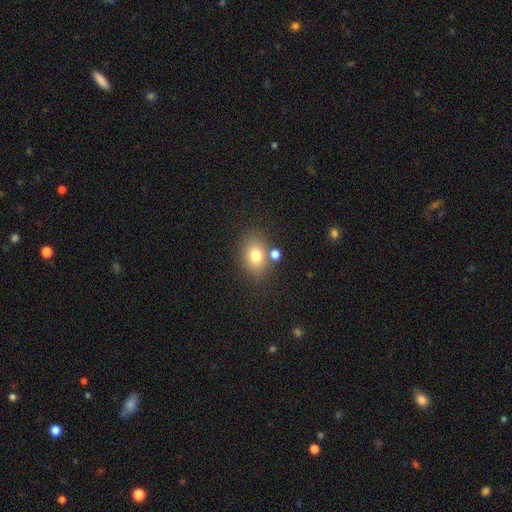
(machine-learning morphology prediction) Smooth or featured?
  - smooth: 78% *
  - star or artifact: 11%
  - featured or disk: 11%
How rounded?
  - in between: 67% *
  - round: 32%
  - cigar-shaped: 1%
Merging?
  - none: 71% *
  - merger: 13%
  - minor disturbance: 12%
  - major disturbance: 4%